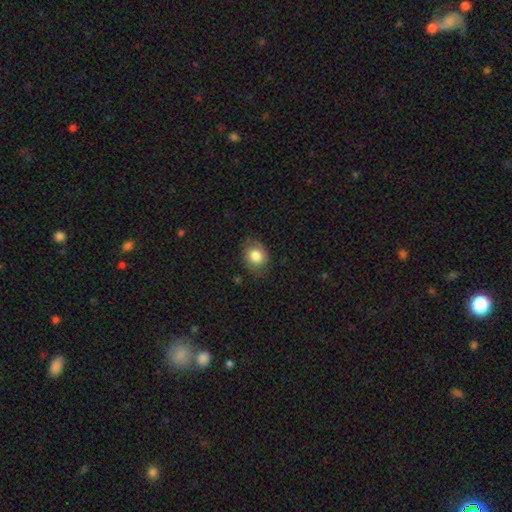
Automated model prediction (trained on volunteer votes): This is likely a smooth galaxy (79%). How rounded: possibly round (57%). Merging: likely none (74%).